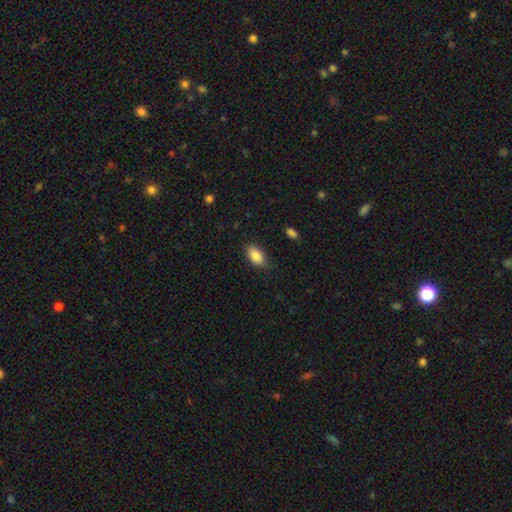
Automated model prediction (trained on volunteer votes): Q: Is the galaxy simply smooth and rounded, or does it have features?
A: smooth — 87%.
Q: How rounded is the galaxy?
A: in between — 92%.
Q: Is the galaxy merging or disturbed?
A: none — 84%.